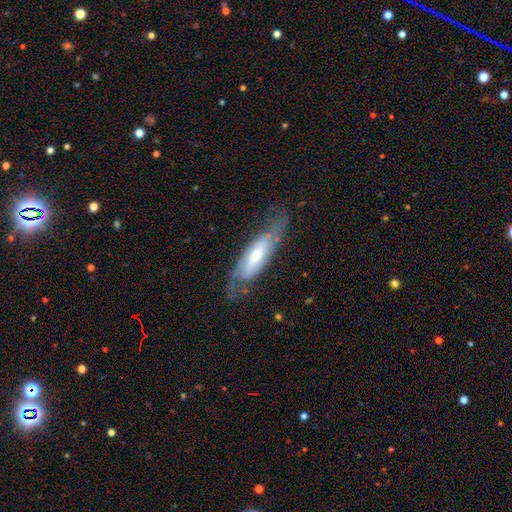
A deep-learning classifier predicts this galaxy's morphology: Smooth or featured?
  - featured or disk: 60% *
  - smooth: 33%
  - star or artifact: 7%
Edge-on disk?
  - no: 65% *
  - yes: 35%
Merging?
  - none: 64% *
  - minor disturbance: 23%
  - major disturbance: 12%
  - merger: 2%